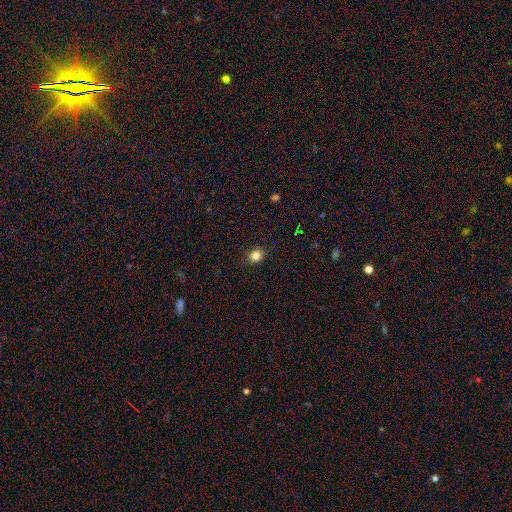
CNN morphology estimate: A smooth galaxy with no disk features (83%) that is round (62%).

Vote fractions:
- Smooth or featured? smooth: 83% / star or artifact: 12% / featured or disk: 5%
- How rounded? round: 62% / in between: 37% / cigar-shaped: 1%
- Merging? none: 89% / minor disturbance: 8% / major disturbance: 2% / merger: 1%